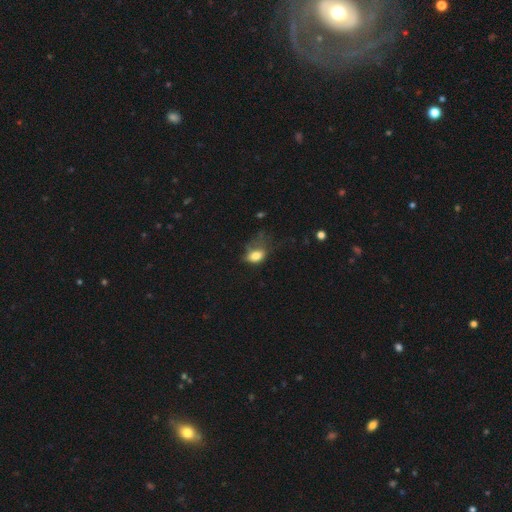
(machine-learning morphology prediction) Smooth or featured? Predicted: smooth (p=0.77). How rounded? Predicted: in between (p=0.81). Merging? Predicted: major disturbance (p=0.44).